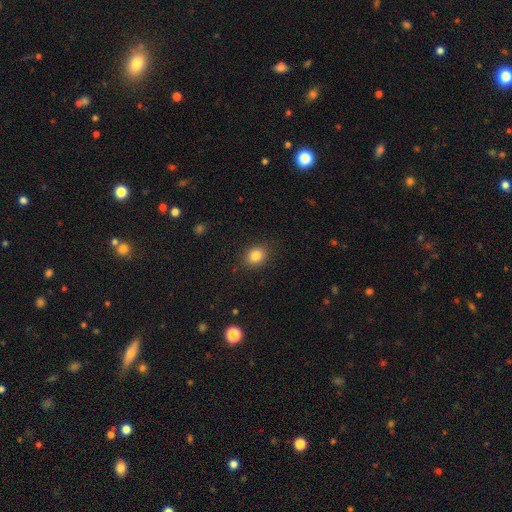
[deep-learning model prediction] smooth_or_featured: smooth (p=0.84) [alt: star or artifact p=0.11]
how_rounded: round (p=0.61) [alt: in between p=0.38]
merging: none (p=0.87) [alt: minor disturbance p=0.09]